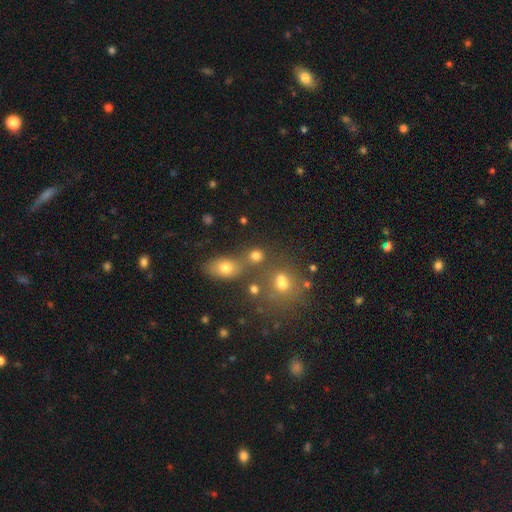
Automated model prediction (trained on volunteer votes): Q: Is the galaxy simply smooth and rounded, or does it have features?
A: smooth — 75%.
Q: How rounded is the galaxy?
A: round — 71%.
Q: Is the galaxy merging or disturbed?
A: none — 59%.